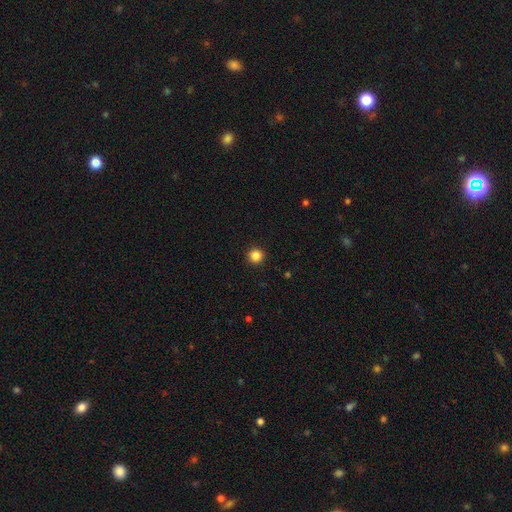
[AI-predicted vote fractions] Smooth or featured: smooth — 85% (star or artifact — 11%)
How rounded: round — 95% (in between — 4%)
Merging: none — 93% (minor disturbance — 4%)